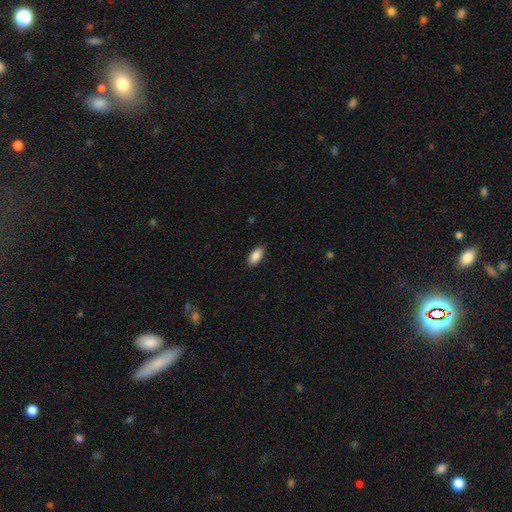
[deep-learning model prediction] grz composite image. It shows a smooth galaxy with no disk features (87%) that is in between round and cigar-shaped (86%). Merging: none (87%).